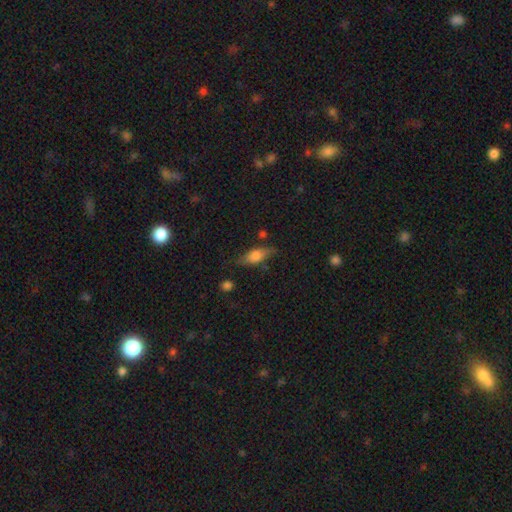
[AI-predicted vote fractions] This appears to be a smooth galaxy with no disk features (64%) that is in between round and cigar-shaped (69%). Merging: none (67%).